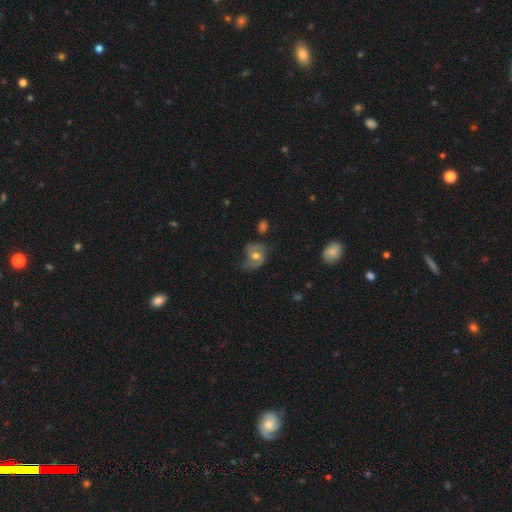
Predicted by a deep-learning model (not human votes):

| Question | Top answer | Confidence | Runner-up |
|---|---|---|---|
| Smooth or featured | featured or disk | 57% | smooth (35%) |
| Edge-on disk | no | 96% | yes (4%) |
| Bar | no | 65% | weak (28%) |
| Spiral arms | yes | 75% | no (25%) |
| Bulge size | moderate | 72% | small (14%) |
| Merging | none | 41% | minor disturbance (30%) |